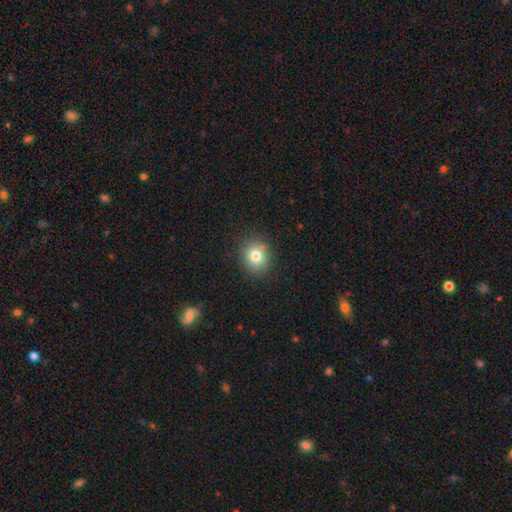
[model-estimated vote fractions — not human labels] This is likely a smooth galaxy (79%). How rounded: clearly round (81%). Merging: clearly none (86%).